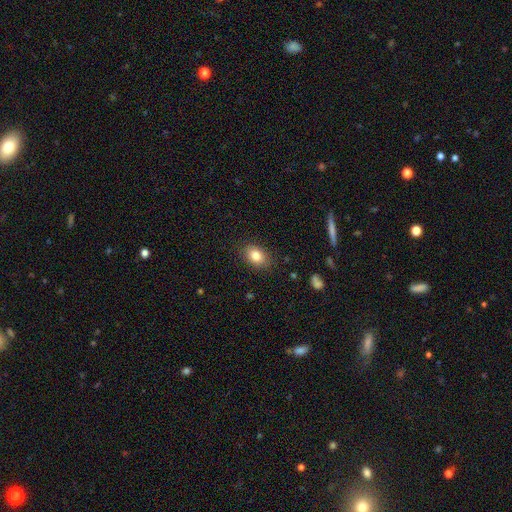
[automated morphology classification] A smooth galaxy with no disk features (83%) that is in between round and cigar-shaped (75%).

Vote fractions:
- Smooth or featured? smooth: 83% / star or artifact: 9% / featured or disk: 8%
- How rounded? in between: 75% / round: 24% / cigar-shaped: 1%
- Merging? none: 86% / minor disturbance: 11% / major disturbance: 3% / merger: 1%